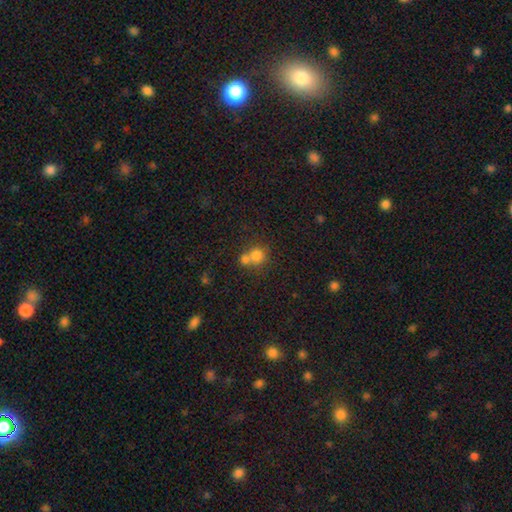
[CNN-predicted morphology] Q: Smooth or featured?
A: smooth (75%); runner-up: star or artifact (13%)
Q: How rounded?
A: round (83%); runner-up: in between (16%)
Q: Merging?
A: merger (52%); runner-up: none (37%)